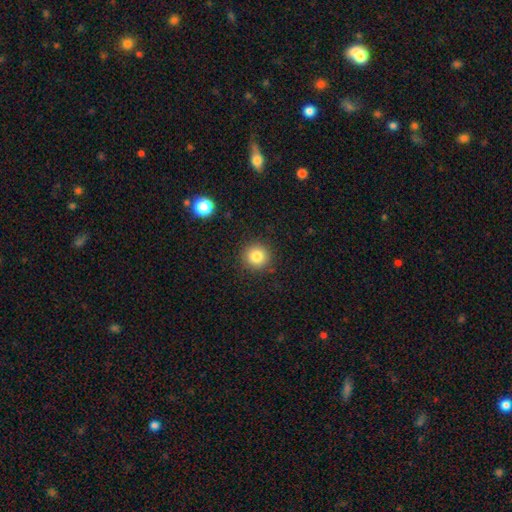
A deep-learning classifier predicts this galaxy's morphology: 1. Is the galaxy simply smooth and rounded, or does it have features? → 83% smooth, 11% star or artifact, 6% featured or disk.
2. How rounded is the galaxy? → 94% round, 5% in between, 1% cigar-shaped.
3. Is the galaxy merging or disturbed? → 90% none, 7% minor disturbance, 2% major disturbance, 1% merger.